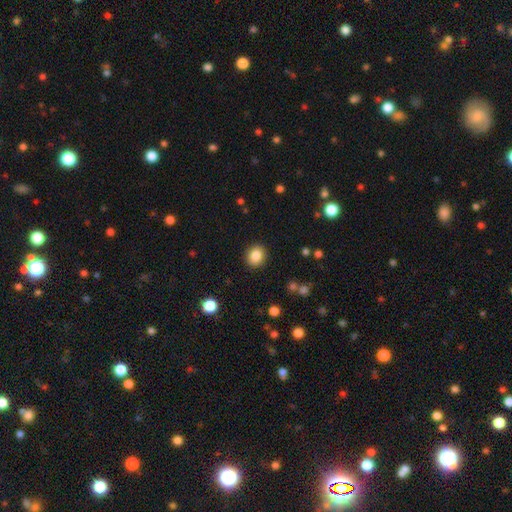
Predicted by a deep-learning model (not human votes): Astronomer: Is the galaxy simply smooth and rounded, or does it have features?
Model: smooth — 86%.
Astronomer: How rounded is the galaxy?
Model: round — 76%.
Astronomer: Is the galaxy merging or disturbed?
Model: none — 90%.